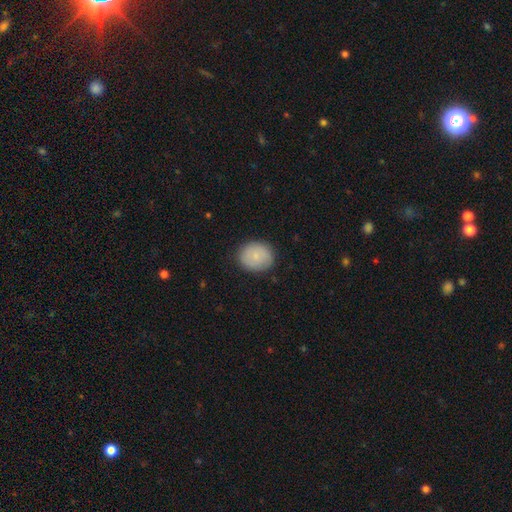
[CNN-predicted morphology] A smooth galaxy with no disk features (83%) that is round (71%).

Vote fractions:
- Smooth or featured? smooth: 83% / featured or disk: 10% / star or artifact: 7%
- How rounded? round: 71% / in between: 28% / cigar-shaped: 1%
- Merging? none: 87% / minor disturbance: 10% / major disturbance: 2% / merger: 1%